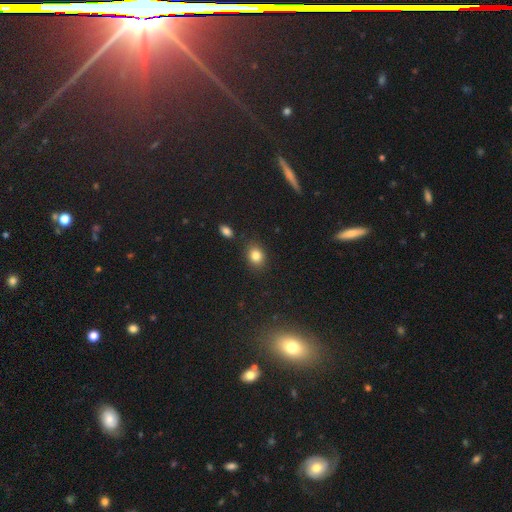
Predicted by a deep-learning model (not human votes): This is clearly a smooth galaxy (83%). How rounded: possibly round (52%). Merging: clearly none (84%).